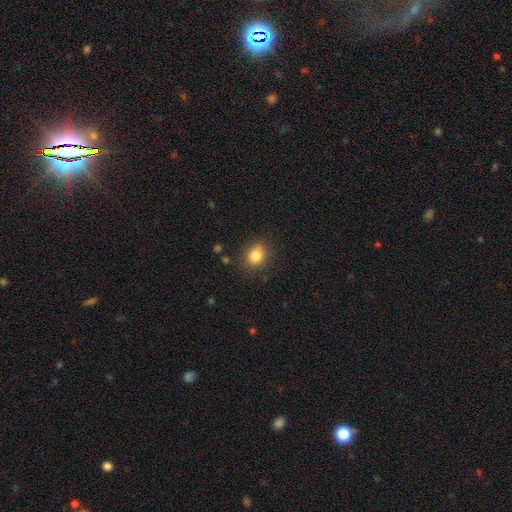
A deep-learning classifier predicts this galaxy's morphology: smooth-or-featured: smooth: 82% | star or artifact: 11% | featured or disk: 7%
  how-rounded: round: 58% | in between: 41% | cigar-shaped: 1%
  merging: none: 81% | minor disturbance: 13% | major disturbance: 4% | merger: 2%